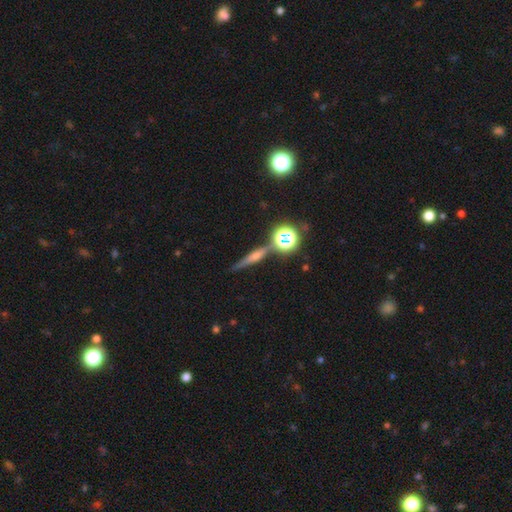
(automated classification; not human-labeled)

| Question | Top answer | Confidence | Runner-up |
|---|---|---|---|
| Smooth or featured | featured or disk | 50% | smooth (26%) |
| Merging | none | 81% | minor disturbance (10%) |